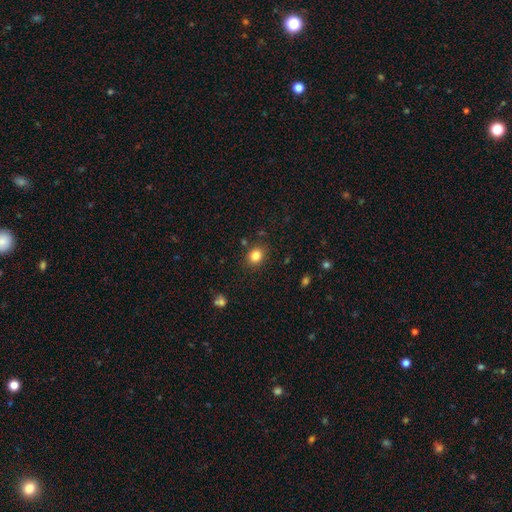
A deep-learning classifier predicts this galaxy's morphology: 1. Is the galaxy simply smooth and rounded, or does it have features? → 83% smooth, 12% star or artifact, 6% featured or disk.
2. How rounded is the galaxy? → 68% round, 31% in between, 1% cigar-shaped.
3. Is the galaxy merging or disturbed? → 86% none, 9% minor disturbance, 3% major disturbance, 2% merger.